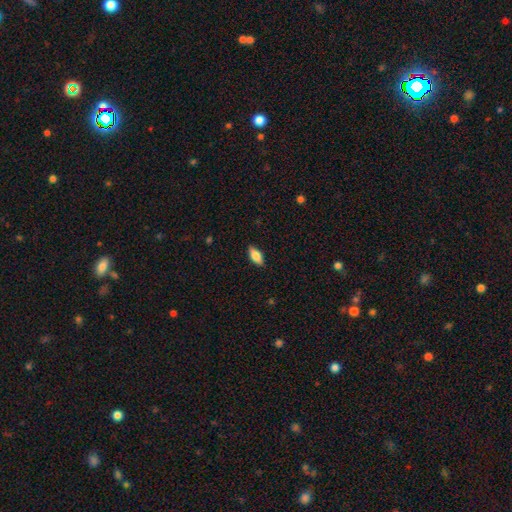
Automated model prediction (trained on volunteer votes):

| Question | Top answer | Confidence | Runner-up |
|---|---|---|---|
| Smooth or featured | smooth | 77% | featured or disk (17%) |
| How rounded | in between | 83% | cigar-shaped (14%) |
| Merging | none | 88% | minor disturbance (9%) |